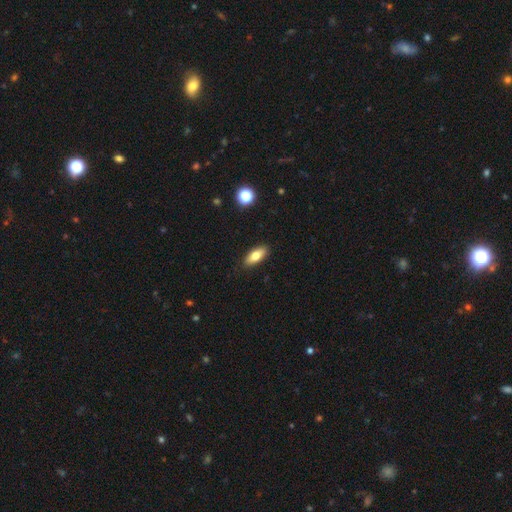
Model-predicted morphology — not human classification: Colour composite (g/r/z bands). It shows a smooth galaxy with no disk features (76%) that is in between round and cigar-shaped (75%). Merging: none (88%).